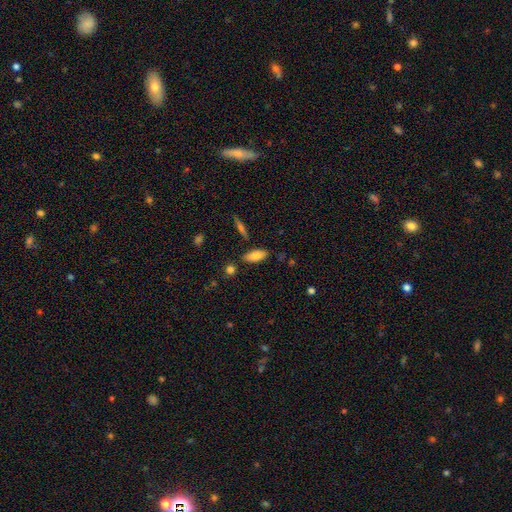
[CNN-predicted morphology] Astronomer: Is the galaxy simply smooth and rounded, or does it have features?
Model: smooth — 81%.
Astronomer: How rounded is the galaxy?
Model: in between — 82%.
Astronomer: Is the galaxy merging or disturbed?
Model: none — 82%.